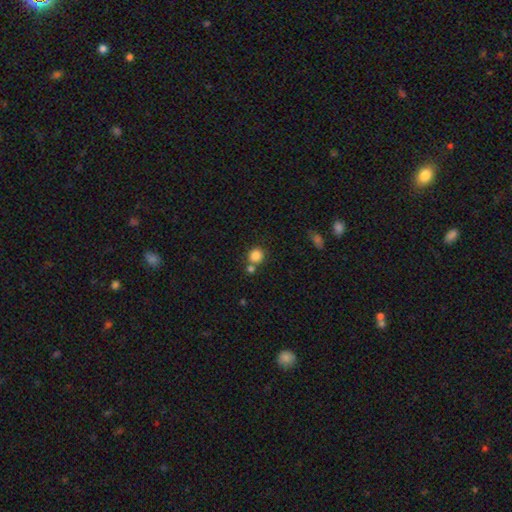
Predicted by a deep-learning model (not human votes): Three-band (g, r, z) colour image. It shows a smooth galaxy with no disk features (84%) that is round (89%). Merging: none (64%).